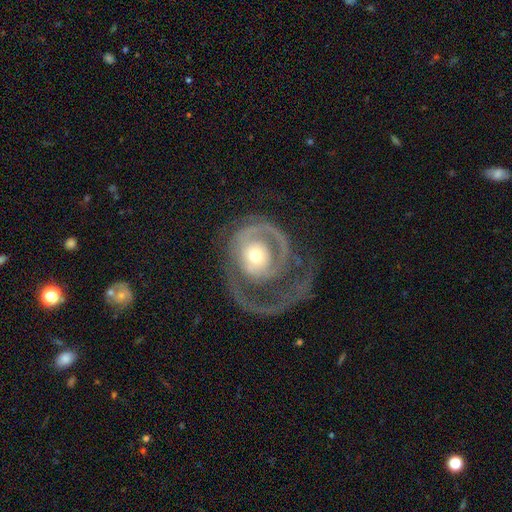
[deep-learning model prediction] featured or disk 80%, smooth 14%, star or artifact 5%. Down the decision tree: edge-on disk — no (97%); bar — no (75%); spiral arms — yes (83%); spiral arm count — 1 (56%); spiral winding — tight (41%); bulge size — moderate (59%); merging — major disturbance (49%).